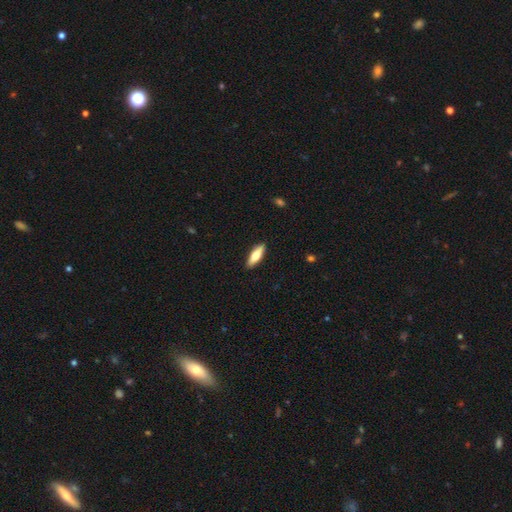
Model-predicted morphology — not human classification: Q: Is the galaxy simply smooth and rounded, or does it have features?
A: smooth — 63%.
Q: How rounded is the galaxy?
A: cigar-shaped — 53%.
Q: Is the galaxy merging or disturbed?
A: none — 90%.